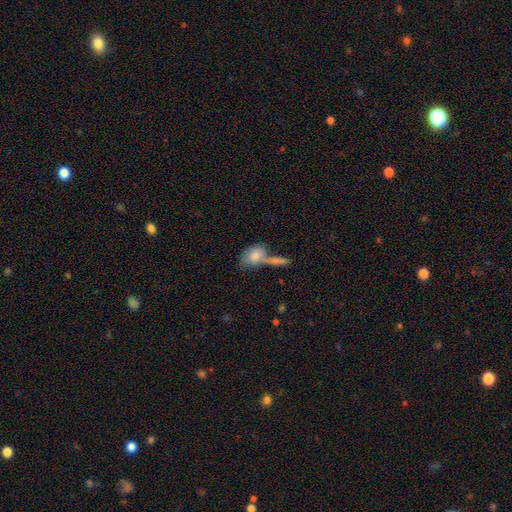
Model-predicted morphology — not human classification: smooth-or-featured: smooth: 75% | featured or disk: 18% | star or artifact: 7%
  how-rounded: in between: 79% | round: 15% | cigar-shaped: 5%
  merging: merger: 44% | none: 36% | minor disturbance: 13% | major disturbance: 8%